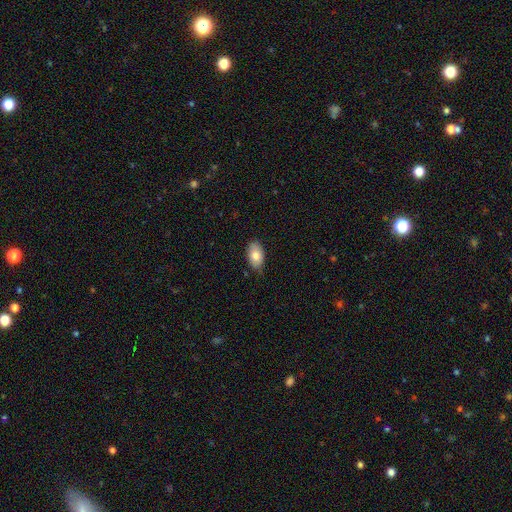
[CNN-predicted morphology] The model was most divided on "merging": none: 79%, minor disturbance: 18%, major disturbance: 2%, merger: 1%. More confident: how rounded — in between (93%); smooth or featured — smooth (80%).